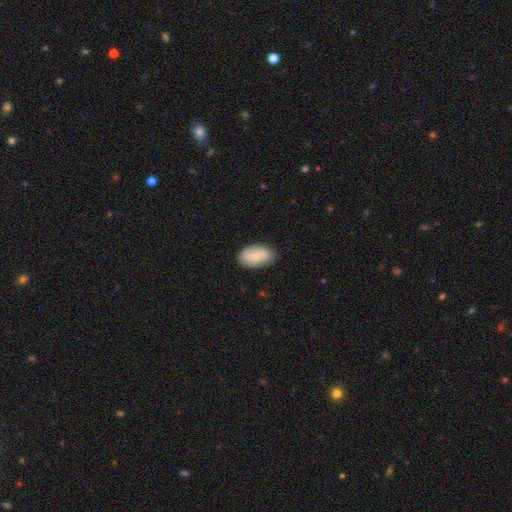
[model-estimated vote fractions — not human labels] smooth_or_featured: smooth (p=0.70) [alt: featured or disk p=0.24]
how_rounded: in between (p=0.93) [alt: round p=0.06]
merging: none (p=0.77) [alt: minor disturbance p=0.18]